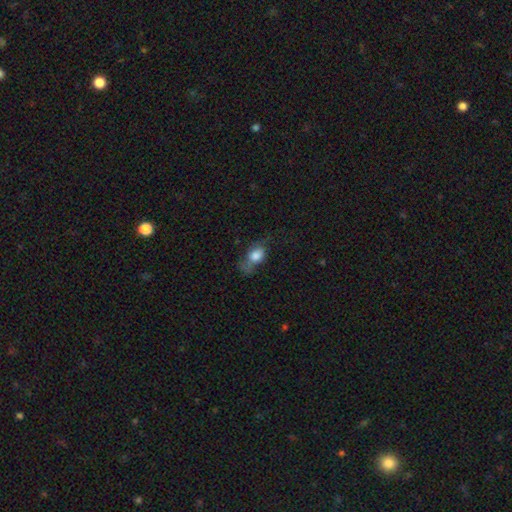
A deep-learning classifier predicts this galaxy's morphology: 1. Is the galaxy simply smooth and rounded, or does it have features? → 71% smooth, 19% featured or disk, 9% star or artifact.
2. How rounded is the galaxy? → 72% in between, 24% round, 4% cigar-shaped.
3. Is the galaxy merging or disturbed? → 35% none, 32% major disturbance, 29% minor disturbance, 4% merger.